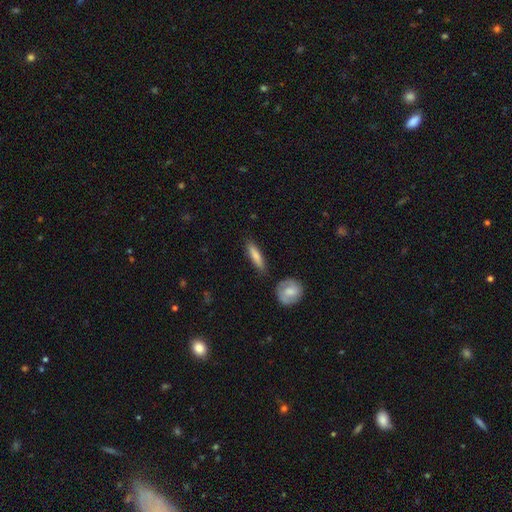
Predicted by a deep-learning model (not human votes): Morphology: type=smooth (74%); roundness=cigar-shaped (80%); merging=none (82%).